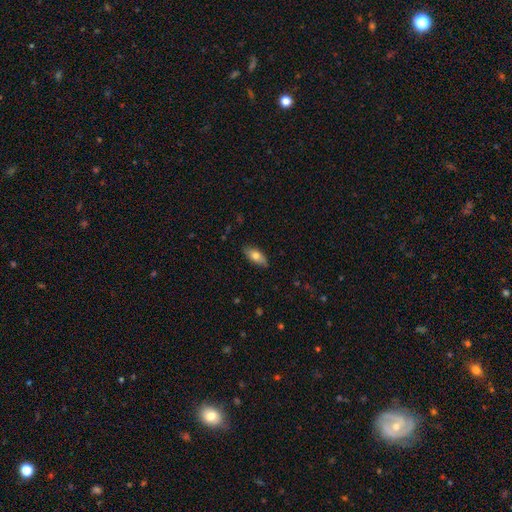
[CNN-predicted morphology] type=smooth (71%); roundness=in between (81%); merging=none (83%).